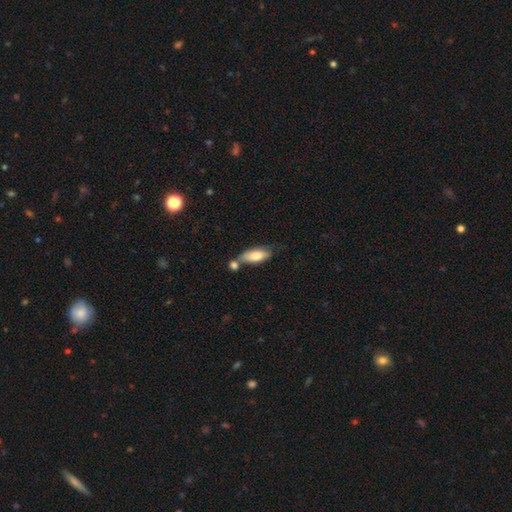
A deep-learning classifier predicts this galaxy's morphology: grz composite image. It shows a smooth galaxy with no disk features (75%) that is in between round and cigar-shaped (78%). Merging: none (47%).